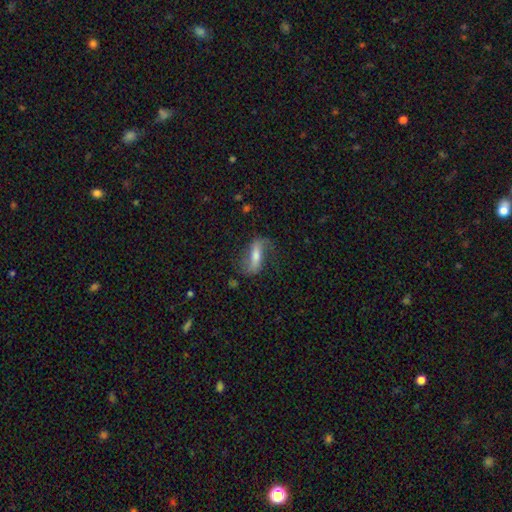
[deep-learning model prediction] smooth_or_featured: featured or disk (p=0.60) [alt: smooth p=0.33]
disk_edge_on: no (p=0.79) [alt: yes p=0.21]
merging: none (p=0.65) [alt: minor disturbance p=0.19]